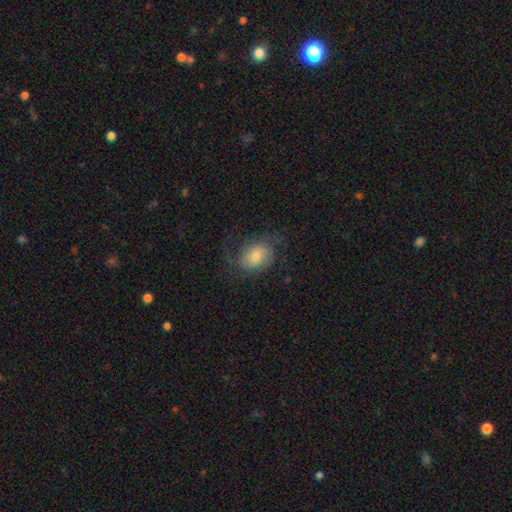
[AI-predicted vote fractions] A featured or disk galaxy (55%) with no bar (55%), spiral arms (88%) and a moderate central bulge (48%). Merging: none (57%).